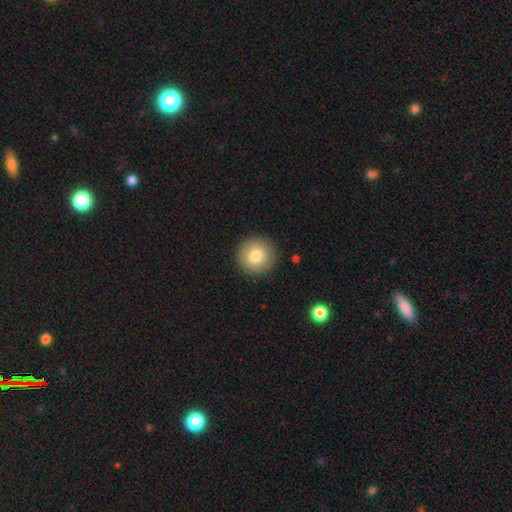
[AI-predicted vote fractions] Smooth or featured? Predicted: smooth (p=0.81). How rounded? Predicted: round (p=0.95). Merging? Predicted: none (p=0.91).